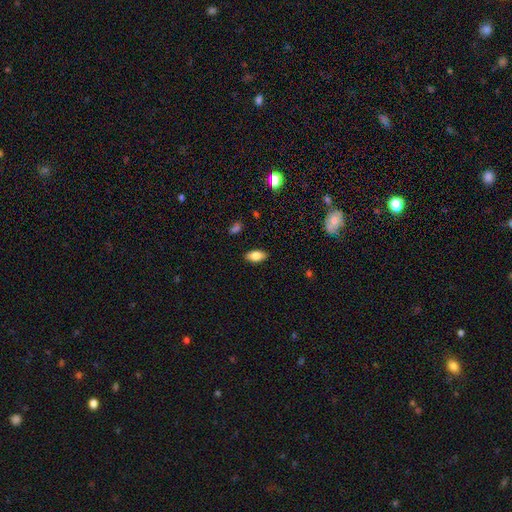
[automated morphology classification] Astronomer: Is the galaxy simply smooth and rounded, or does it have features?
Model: smooth — 82%.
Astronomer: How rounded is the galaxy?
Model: in between — 91%.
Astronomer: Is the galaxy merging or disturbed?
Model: none — 88%.